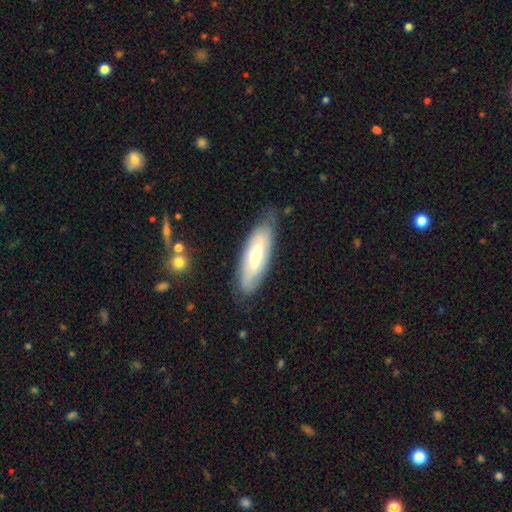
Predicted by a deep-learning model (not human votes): Smooth or featured? featured or disk (48%)
Merging? none (72%)